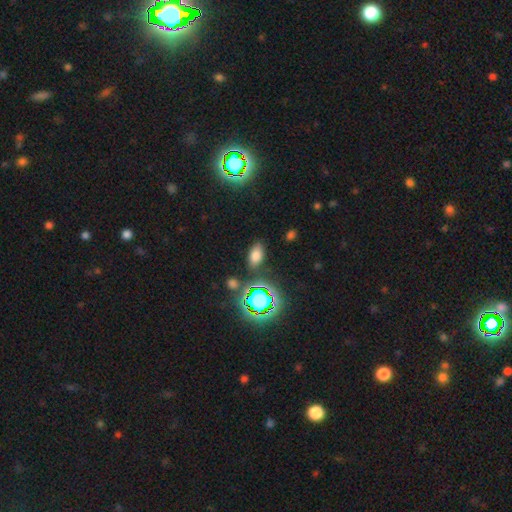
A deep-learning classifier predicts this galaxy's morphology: Smooth or featured? Predicted: smooth (p=0.69). How rounded? Predicted: in between (p=0.89). Merging? Predicted: none (p=0.81).